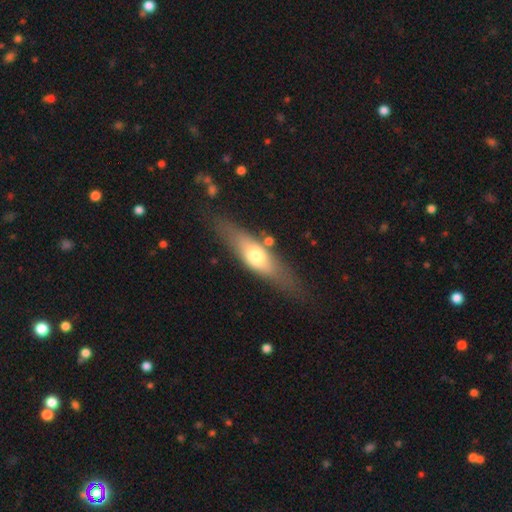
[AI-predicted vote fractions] Smooth or featured? Predicted: smooth (p=0.52). How rounded? Predicted: cigar-shaped (p=0.52). Merging? Predicted: none (p=0.73).